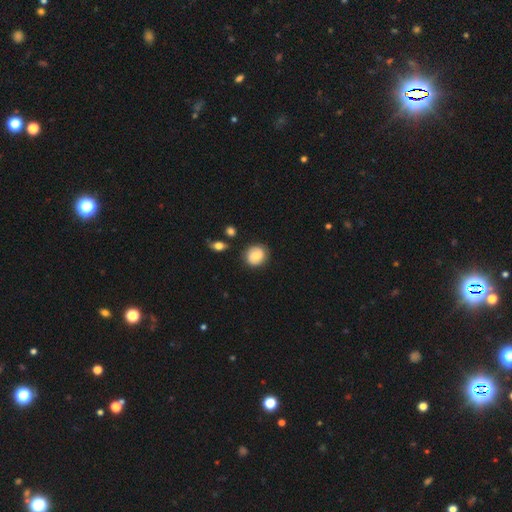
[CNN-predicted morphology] Overall: smooth (71%). How rounded: round (77%). Merging: none (83%).